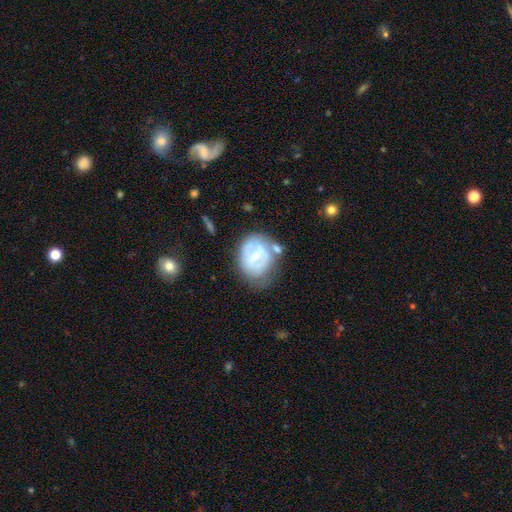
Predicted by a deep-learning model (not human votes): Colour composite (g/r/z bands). It shows a featured or disk galaxy (62%) with a weak bar (47%), spiral arms (53%) and a small central bulge (51%). Merging: none (43%).